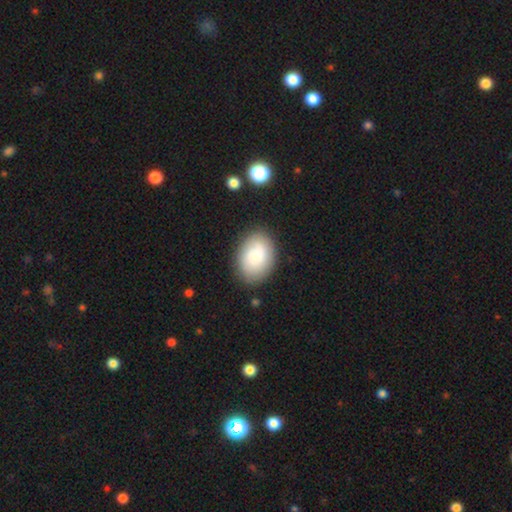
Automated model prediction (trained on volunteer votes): Q: Smooth or featured?
A: smooth (76%); runner-up: featured or disk (17%)
Q: How rounded?
A: in between (74%); runner-up: round (25%)
Q: Merging?
A: none (81%); runner-up: minor disturbance (13%)